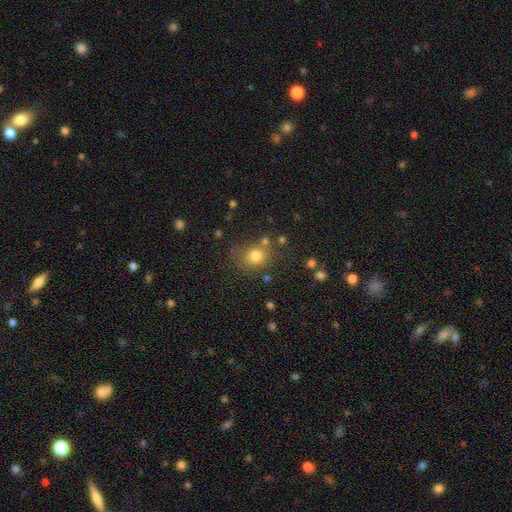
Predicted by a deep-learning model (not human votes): Smooth or featured?
  - smooth: 77% *
  - star or artifact: 14%
  - featured or disk: 9%
How rounded?
  - round: 77% *
  - in between: 22%
  - cigar-shaped: 1%
Merging?
  - none: 66% *
  - minor disturbance: 17%
  - merger: 9%
  - major disturbance: 8%